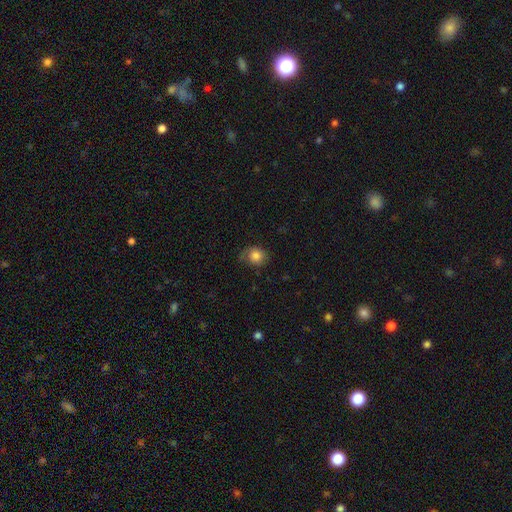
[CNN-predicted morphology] The model was most divided on "merging": none: 60%, minor disturbance: 28%, major disturbance: 11%, merger: 2%. More confident: smooth or featured — smooth (80%); how rounded — round (72%).